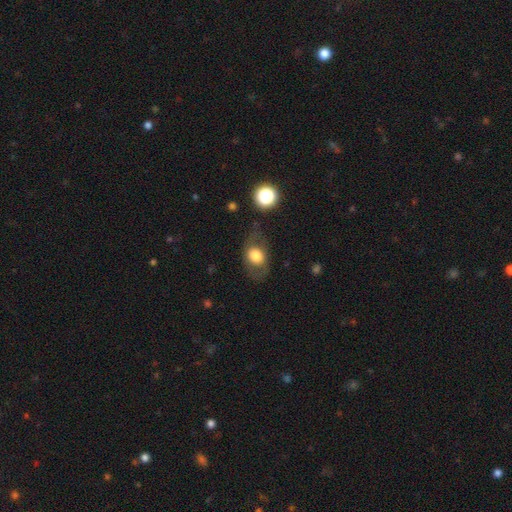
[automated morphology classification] Overall: smooth (66%). How rounded: in between (63%; round 35%). Merging: none (68%).